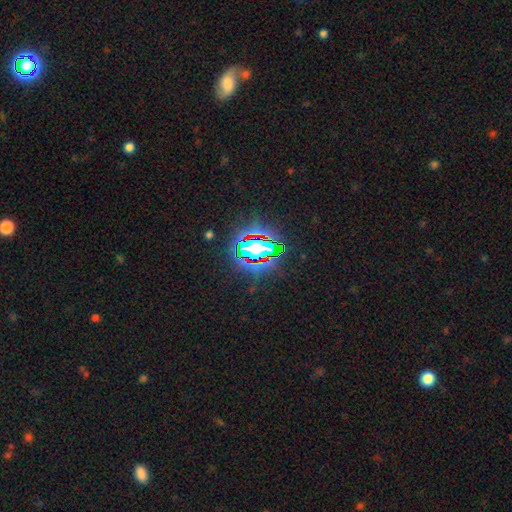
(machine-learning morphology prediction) The model was most divided on "smooth or featured": star or artifact: 78%, smooth: 13%, featured or disk: 9%.